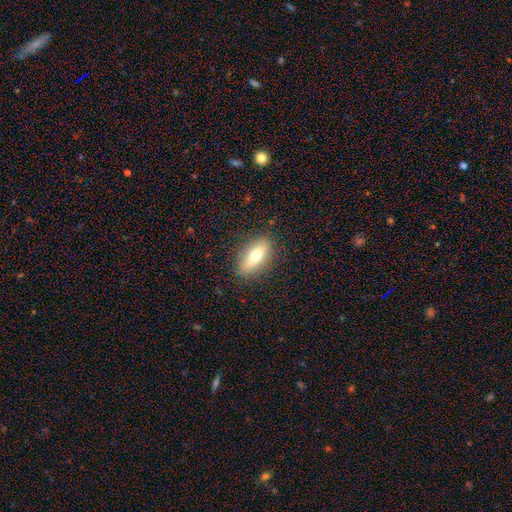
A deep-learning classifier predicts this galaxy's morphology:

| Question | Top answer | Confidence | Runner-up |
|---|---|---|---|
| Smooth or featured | smooth | 63% | featured or disk (29%) |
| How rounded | in between | 73% | cigar-shaped (22%) |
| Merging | none | 85% | minor disturbance (10%) |